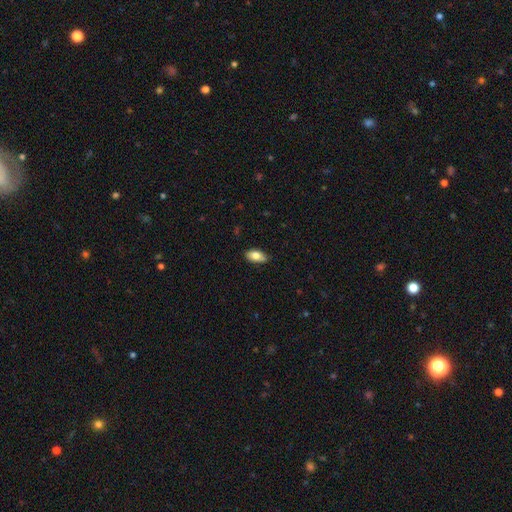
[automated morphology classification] smooth_or_featured: smooth (p=0.79) [alt: featured or disk p=0.14]
how_rounded: in between (p=0.92) [alt: cigar-shaped p=0.05]
merging: none (p=0.81) [alt: minor disturbance p=0.16]